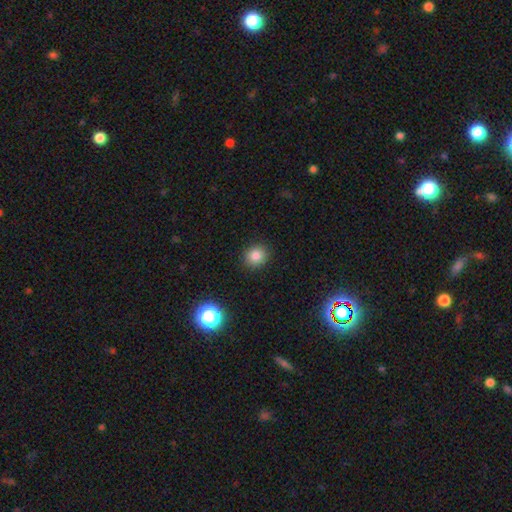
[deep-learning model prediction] This appears to be a smooth galaxy with no disk features (82%) that is round (81%). Merging: none (91%).